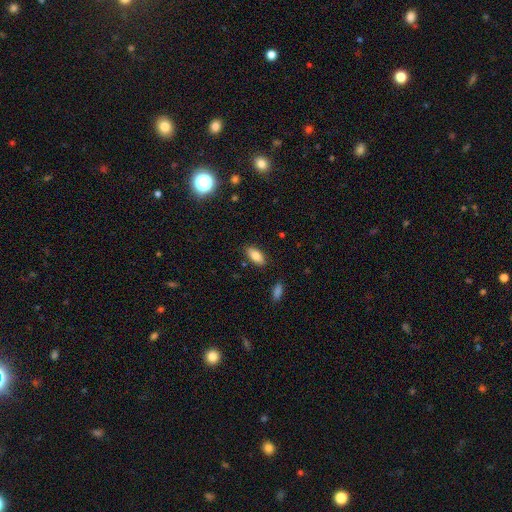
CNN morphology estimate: smooth-or-featured: smooth: 81% | featured or disk: 11% | star or artifact: 8%
  how-rounded: in between: 86% | cigar-shaped: 12% | round: 3%
  merging: none: 86% | minor disturbance: 10% | major disturbance: 2% | merger: 2%